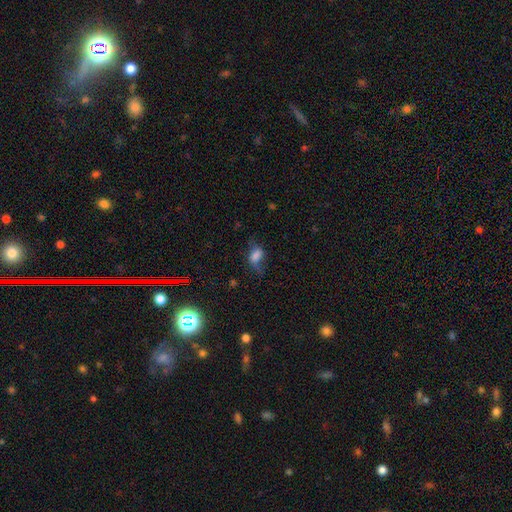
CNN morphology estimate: Smooth or featured? smooth (67%)
How rounded? in between (82%)
Merging? none (40%)